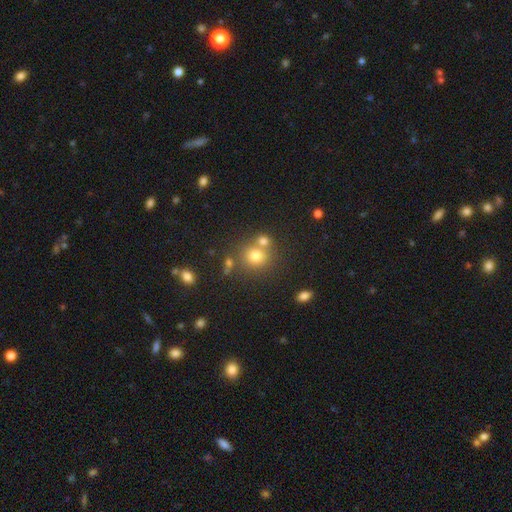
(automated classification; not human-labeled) smooth-or-featured: smooth: 73% | star or artifact: 16% | featured or disk: 10%
  how-rounded: round: 85% | in between: 14% | cigar-shaped: 1%
  merging: none: 59% | merger: 28% | minor disturbance: 9% | major disturbance: 4%